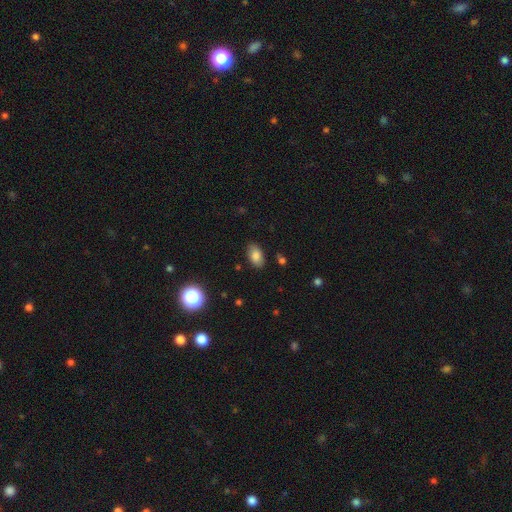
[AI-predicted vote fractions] smooth-or-featured: smooth: 81% | star or artifact: 10% | featured or disk: 9%
  how-rounded: in between: 91% | round: 8% | cigar-shaped: 2%
  merging: none: 85% | minor disturbance: 11% | major disturbance: 2% | merger: 2%